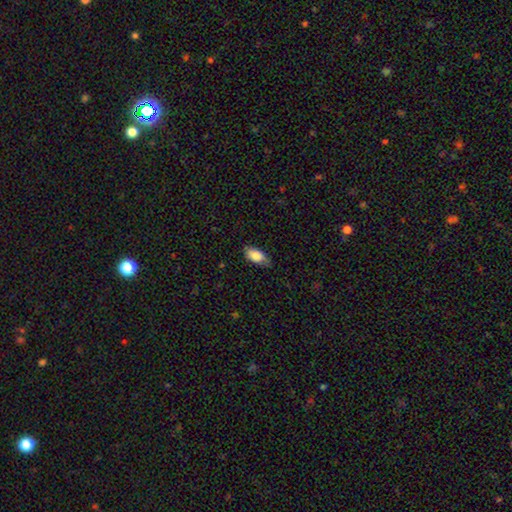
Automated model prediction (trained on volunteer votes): smooth 84%, featured or disk 10%, star or artifact 7%. Down the decision tree: how rounded — in between (92%); merging — none (70%).